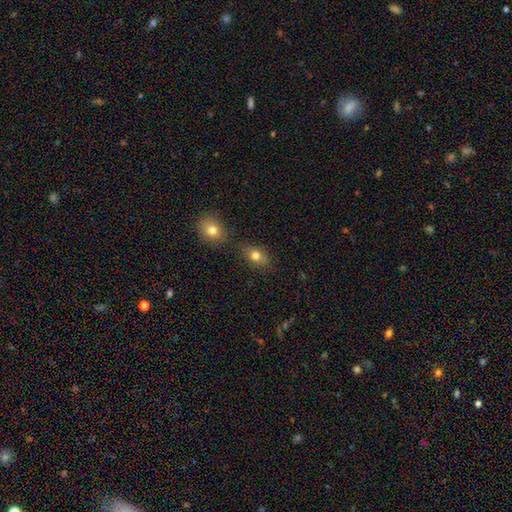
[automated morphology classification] This appears to be a smooth galaxy with no disk features (78%) that is in between round and cigar-shaped (69%). Merging: none (70%).